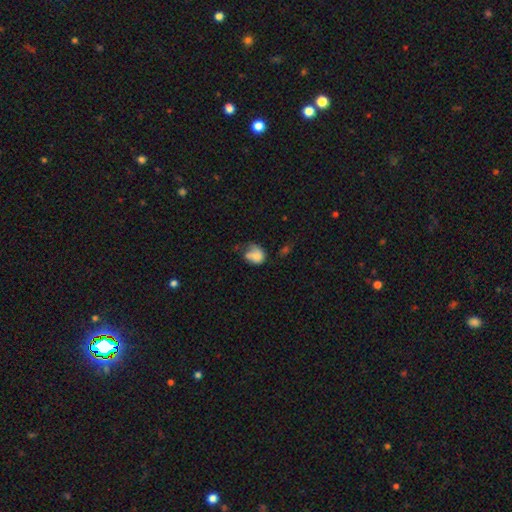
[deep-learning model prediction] Smooth or featured: smooth — 66% (featured or disk — 25%)
How rounded: in between — 57% (round — 42%)
Merging: major disturbance — 35% (minor disturbance — 29%)